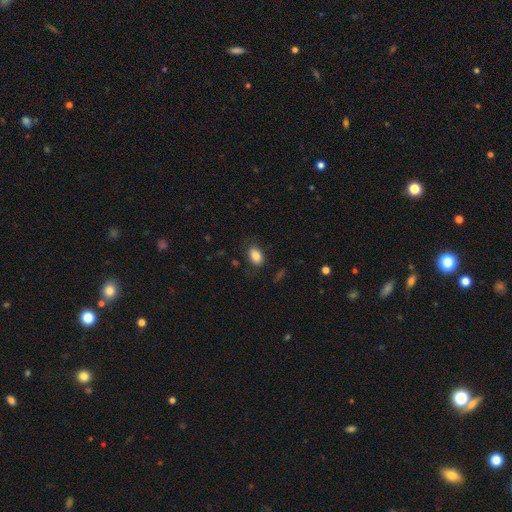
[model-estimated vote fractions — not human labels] Smooth or featured: smooth — 85% (star or artifact — 8%)
How rounded: in between — 86% (round — 13%)
Merging: none — 79% (minor disturbance — 15%)